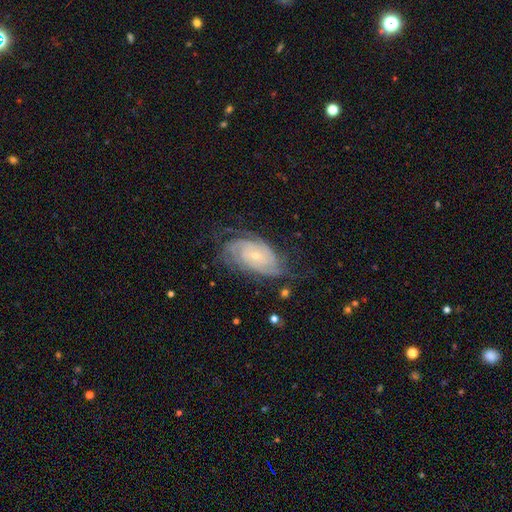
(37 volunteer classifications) smooth_or_featured: featured or disk (p=0.97) [alt: smooth p=0.03]
disk_edge_on: no (p=0.97) [alt: yes p=0.03]
bar: no (p=0.57) [alt: weak p=0.40]
has_spiral_arms: yes (p=1.00)
spiral_winding: tight (p=0.66) [alt: medium p=0.34]
spiral_arm_count: 3 (p=0.37) [alt: can't tell p=0.26]
bulge_size: small (p=0.89) [alt: moderate p=0.11]
merging: none (p=0.59) [alt: major disturbance p=0.22]